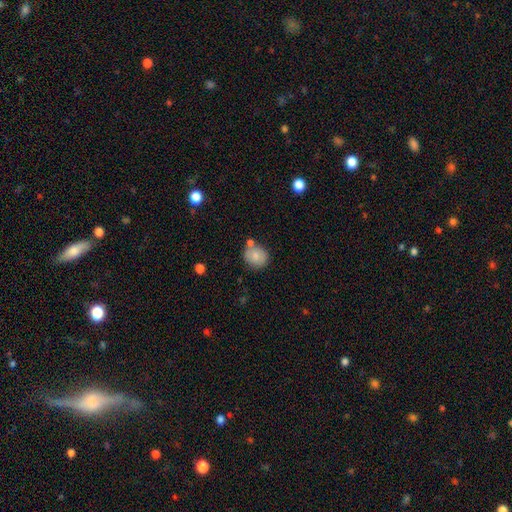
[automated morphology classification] smooth_or_featured: smooth (p=0.80) [alt: featured or disk p=0.12]
how_rounded: round (p=0.80) [alt: in between p=0.19]
merging: none (p=0.68) [alt: minor disturbance p=0.15]